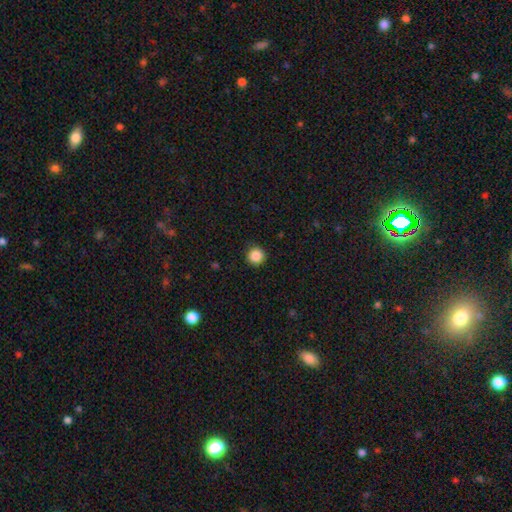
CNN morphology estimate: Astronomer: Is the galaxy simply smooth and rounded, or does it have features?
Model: smooth — 87%.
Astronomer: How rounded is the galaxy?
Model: round — 95%.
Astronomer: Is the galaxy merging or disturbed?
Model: none — 91%.